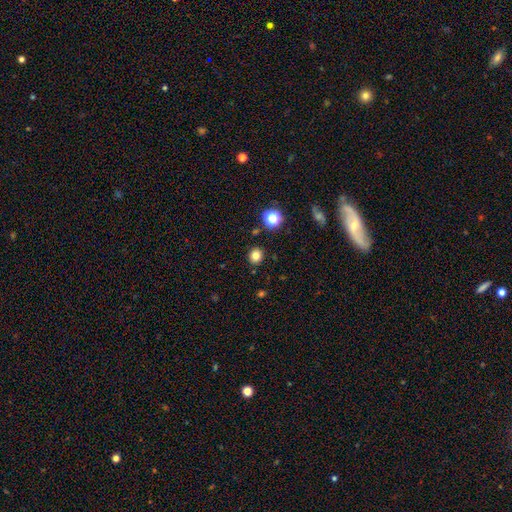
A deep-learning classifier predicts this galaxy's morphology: Smooth or featured: smooth — 79% (star or artifact — 14%)
How rounded: round — 81% (in between — 18%)
Merging: none — 90% (minor disturbance — 6%)